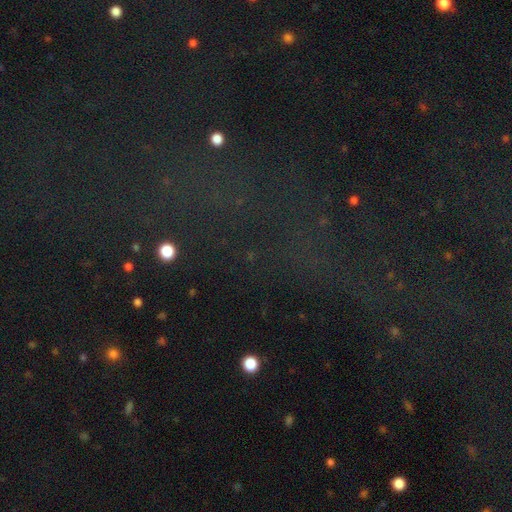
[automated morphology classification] A star or artifact, not a galaxy (71%).

Vote fractions:
- Smooth or featured? star or artifact: 71% / smooth: 17% / featured or disk: 12%